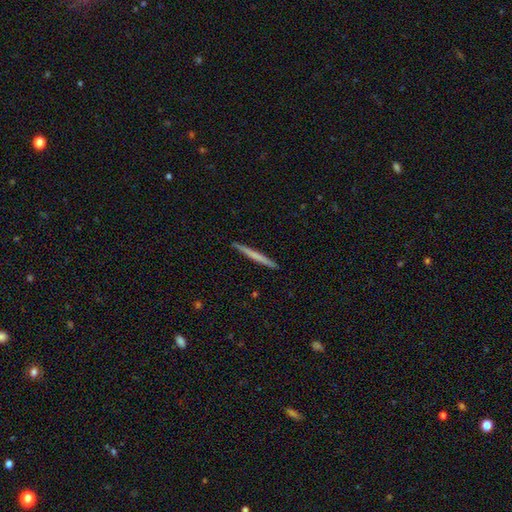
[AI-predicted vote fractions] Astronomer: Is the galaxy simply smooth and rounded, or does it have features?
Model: smooth — 55% (runner-up: featured or disk, 39%).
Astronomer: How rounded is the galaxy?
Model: cigar-shaped — 97%.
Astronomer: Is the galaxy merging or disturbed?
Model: none — 93%.